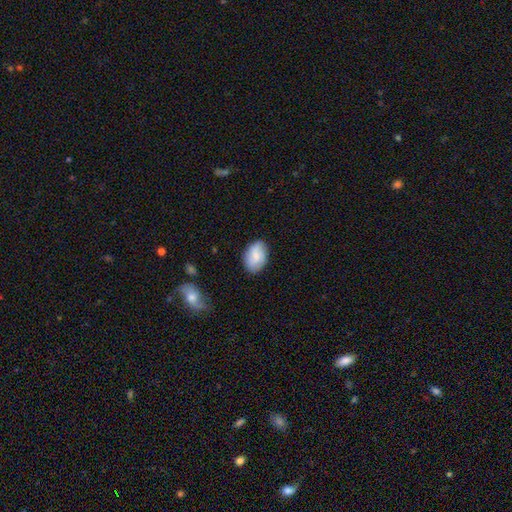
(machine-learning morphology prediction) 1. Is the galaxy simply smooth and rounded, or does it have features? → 74% smooth, 19% featured or disk, 7% star or artifact.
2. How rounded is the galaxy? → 87% in between, 12% round, 1% cigar-shaped.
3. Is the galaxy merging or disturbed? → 81% none, 15% minor disturbance, 3% major disturbance, 1% merger.